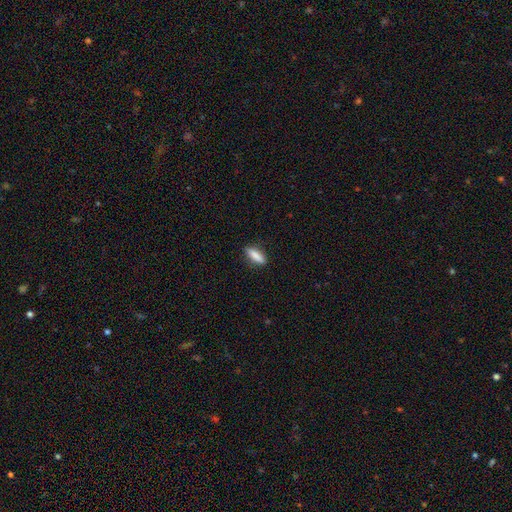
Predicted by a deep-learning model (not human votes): A smooth galaxy with no disk features (82%) that is cigar-shaped (60%).

Vote fractions:
- Smooth or featured? smooth: 82% / featured or disk: 12% / star or artifact: 7%
- How rounded? cigar-shaped: 60% / in between: 38% / round: 2%
- Merging? none: 87% / minor disturbance: 10% / major disturbance: 2% / merger: 1%